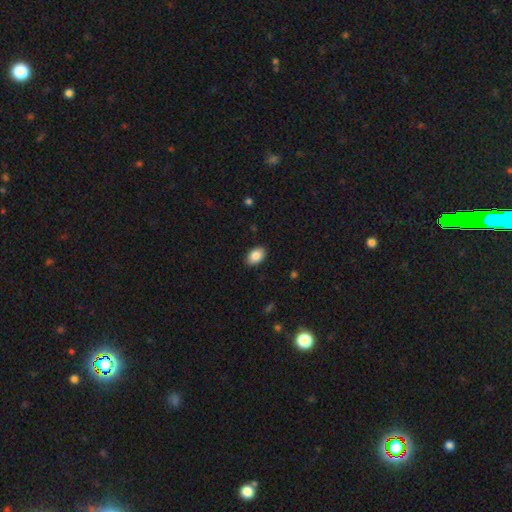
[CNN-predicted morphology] This is clearly a smooth galaxy (87%). How rounded: clearly in between (90%). Merging: clearly none (88%).